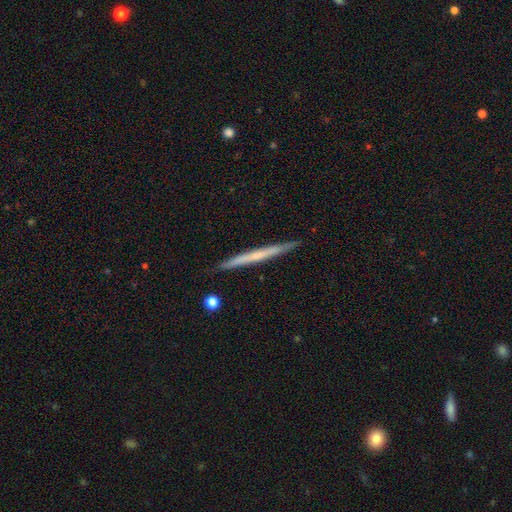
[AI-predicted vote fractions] Smooth or featured: featured or disk — 52% (smooth — 42%)
Edge-on disk: yes — 97% (no — 3%)
Edge-on bulge: none — 82% (rounded — 13%)
Merging: none — 91% (minor disturbance — 7%)